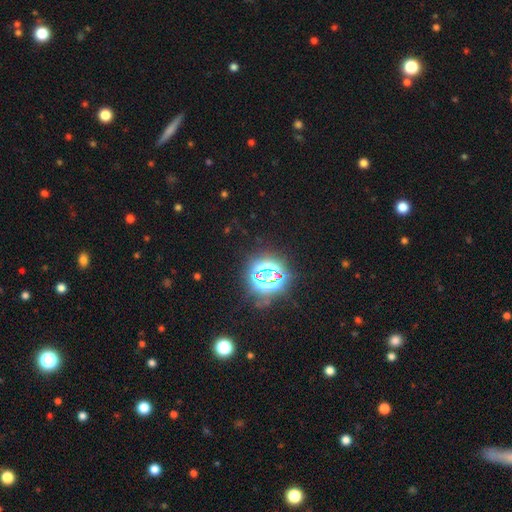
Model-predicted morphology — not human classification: A star or artifact, not a galaxy (80%).

Vote fractions:
- Smooth or featured? star or artifact: 80% / smooth: 13% / featured or disk: 6%